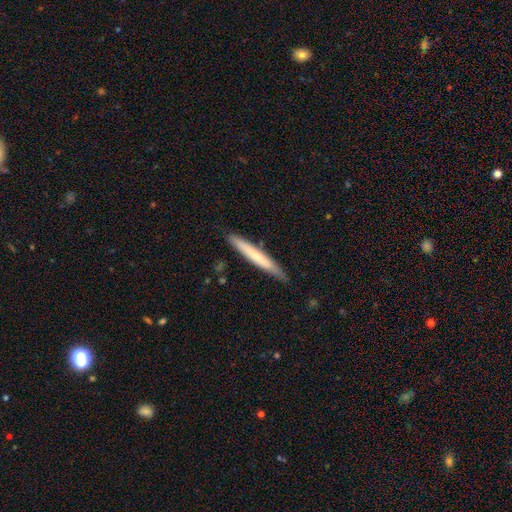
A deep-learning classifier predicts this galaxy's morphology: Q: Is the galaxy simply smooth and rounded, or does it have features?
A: smooth — 60%.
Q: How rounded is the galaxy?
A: cigar-shaped — 96%.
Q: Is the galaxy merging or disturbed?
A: none — 85%.